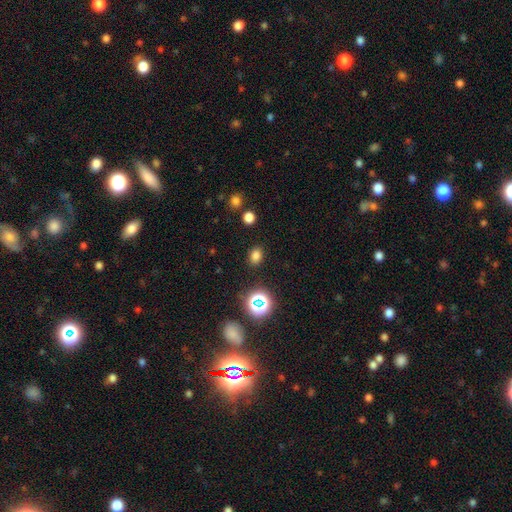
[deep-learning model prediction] Smooth or featured?
  - smooth: 76% *
  - star or artifact: 18%
  - featured or disk: 5%
How rounded?
  - in between: 60% *
  - round: 39%
  - cigar-shaped: 1%
Merging?
  - none: 87% *
  - minor disturbance: 9%
  - major disturbance: 3%
  - merger: 2%